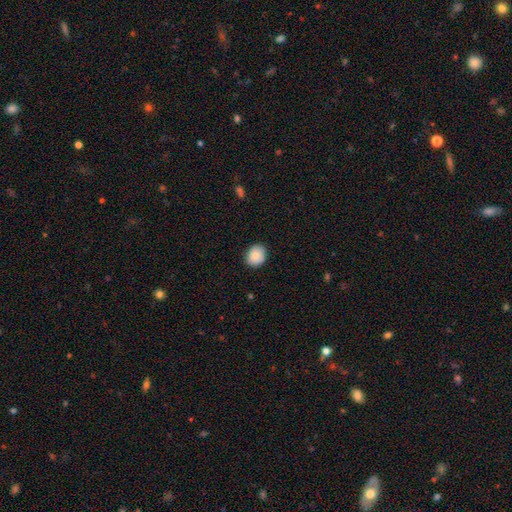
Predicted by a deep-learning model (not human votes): smooth-or-featured: smooth: 87% | star or artifact: 7% | featured or disk: 5%
  how-rounded: round: 65% | in between: 34% | cigar-shaped: 1%
  merging: none: 85% | minor disturbance: 12% | major disturbance: 2% | merger: 1%